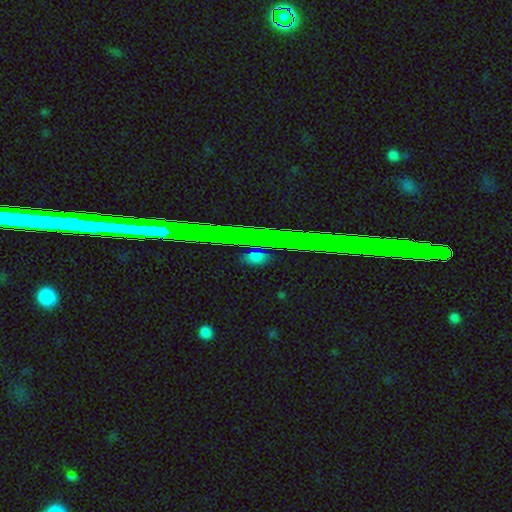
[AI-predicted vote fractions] A star or artifact, not a galaxy (63%).

Vote fractions:
- Smooth or featured? star or artifact: 63% / smooth: 26% / featured or disk: 12%